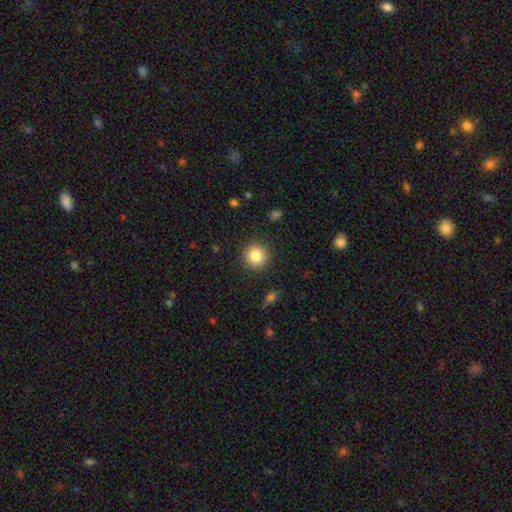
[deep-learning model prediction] A smooth galaxy with no disk features (84%) that is round (94%).

Vote fractions:
- Smooth or featured? smooth: 84% / star or artifact: 10% / featured or disk: 7%
- How rounded? round: 94% / in between: 5% / cigar-shaped: 1%
- Merging? none: 90% / minor disturbance: 6% / major disturbance: 2% / merger: 1%